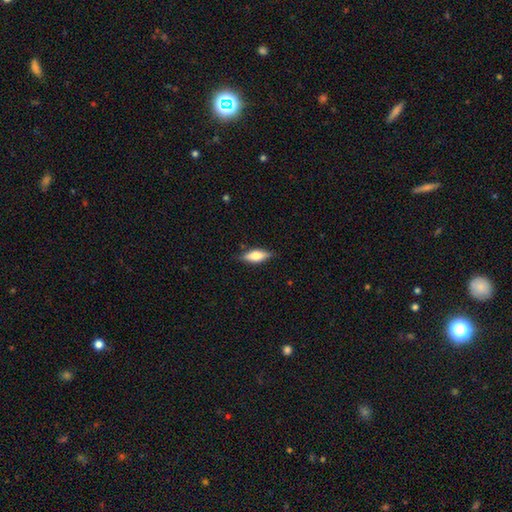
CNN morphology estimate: A smooth galaxy with no disk features (58%) that is in between round and cigar-shaped (65%). Merging: none (84%).